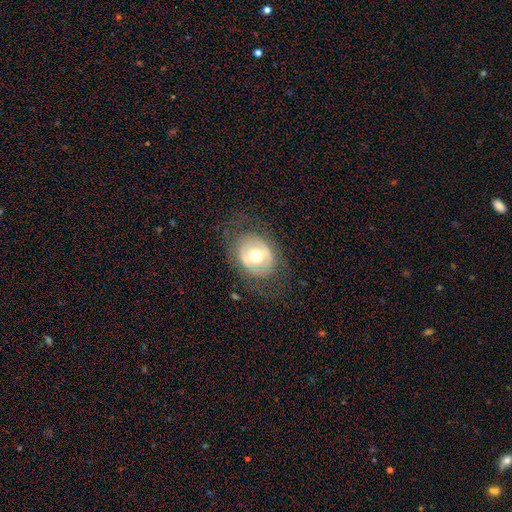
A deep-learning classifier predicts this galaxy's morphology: Overall: featured or disk (58%; smooth 35%). Edge-on disk: no (94%). Bar: no (63%; weak 25%). Spiral arms: no (67%; yes 33%). Bulge size: moderate (73%). Merging: none (68%).